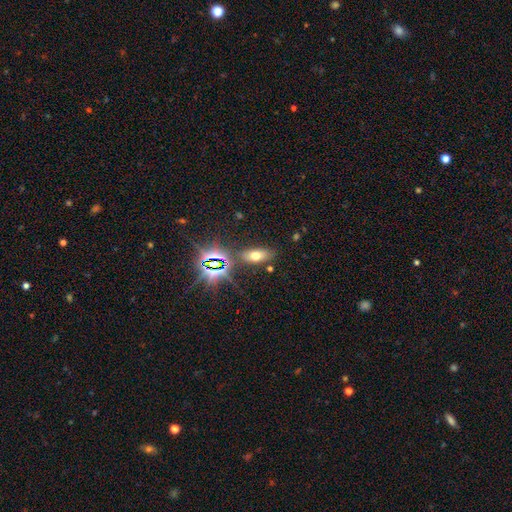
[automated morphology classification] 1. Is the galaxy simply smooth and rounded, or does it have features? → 52% smooth, 32% star or artifact, 17% featured or disk.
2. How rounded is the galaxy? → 81% in between, 12% cigar-shaped, 7% round.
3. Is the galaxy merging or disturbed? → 80% none, 11% minor disturbance, 4% major disturbance, 4% merger.